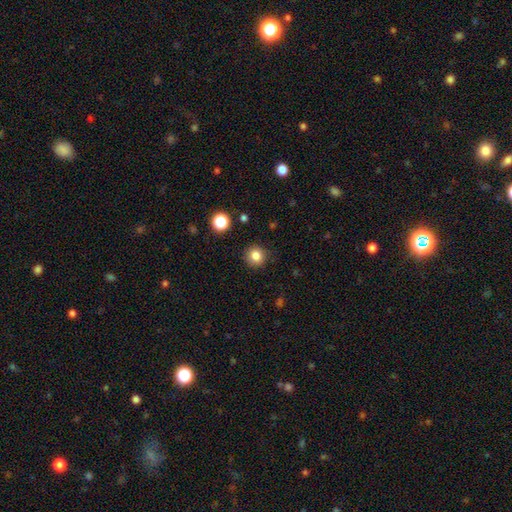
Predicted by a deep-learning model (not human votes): This is clearly a smooth galaxy (82%). How rounded: clearly round (93%). Merging: clearly none (90%).